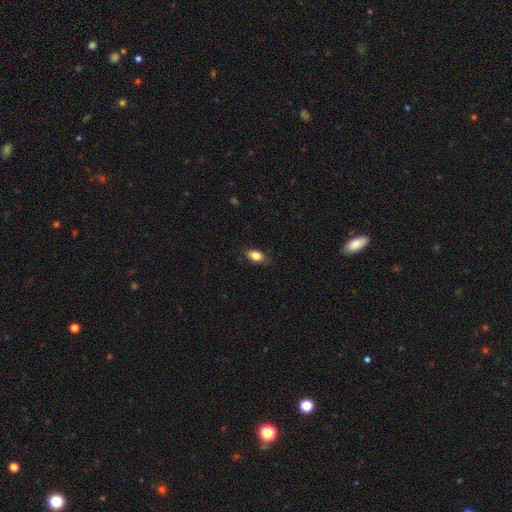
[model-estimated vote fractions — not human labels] Smooth or featured?
  - smooth: 82% *
  - featured or disk: 9%
  - star or artifact: 8%
How rounded?
  - in between: 86% *
  - round: 10%
  - cigar-shaped: 4%
Merging?
  - none: 77% *
  - minor disturbance: 18%
  - major disturbance: 4%
  - merger: 1%